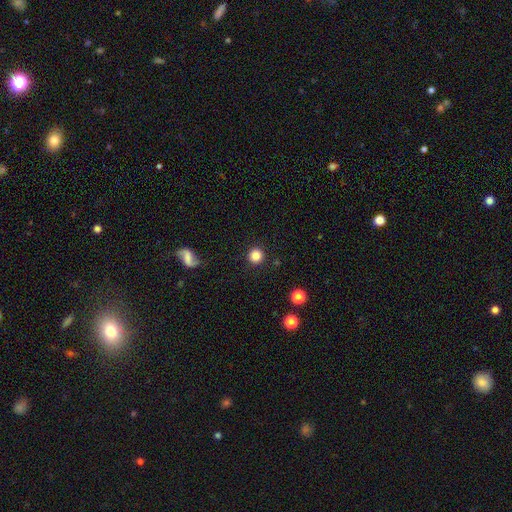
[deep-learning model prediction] This appears to be a smooth galaxy with no disk features (84%) that is round (94%). Merging: none (91%).